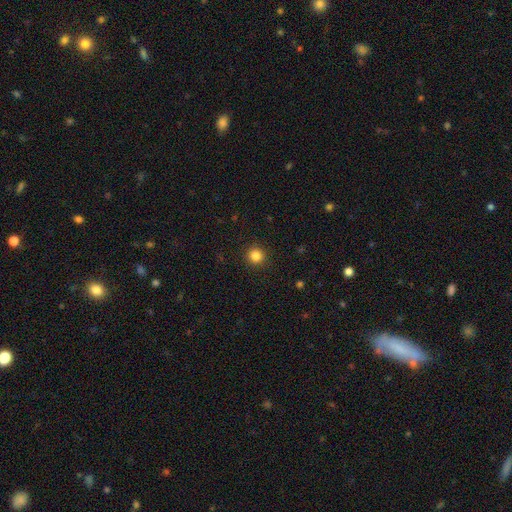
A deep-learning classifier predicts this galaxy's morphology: smooth_or_featured: smooth (p=0.84) [alt: star or artifact p=0.12]
how_rounded: round (p=0.95) [alt: in between p=0.04]
merging: none (p=0.93) [alt: minor disturbance p=0.05]